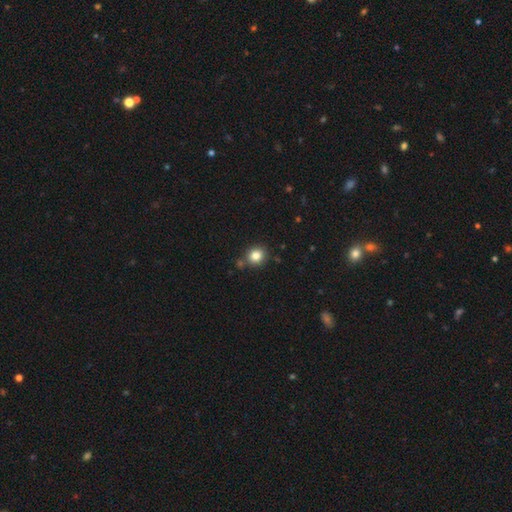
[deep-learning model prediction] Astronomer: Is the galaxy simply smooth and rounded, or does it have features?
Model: smooth — 84%.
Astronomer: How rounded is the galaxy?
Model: round — 80%.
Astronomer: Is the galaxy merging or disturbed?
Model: none — 79%.